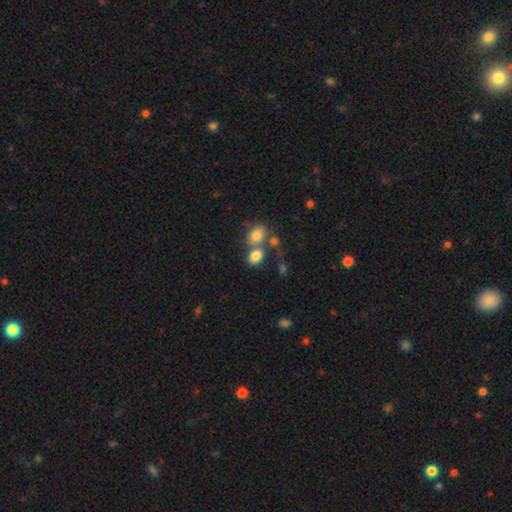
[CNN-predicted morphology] Smooth or featured: smooth — 81% (star or artifact — 10%)
How rounded: in between — 68% (round — 30%)
Merging: none — 46% (merger — 38%)